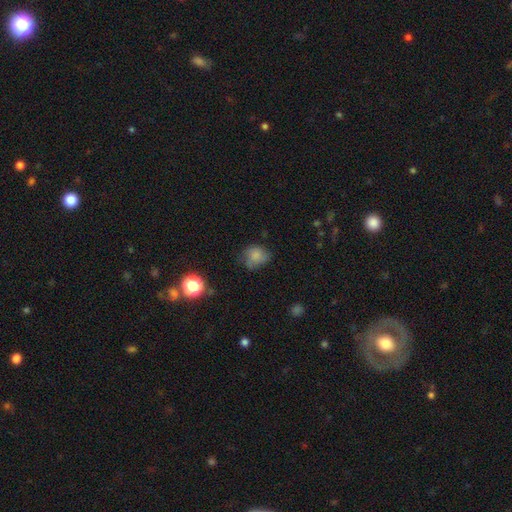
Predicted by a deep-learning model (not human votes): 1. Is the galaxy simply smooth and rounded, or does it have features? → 76% smooth, 12% star or artifact, 12% featured or disk.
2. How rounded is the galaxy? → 68% round, 31% in between, 1% cigar-shaped.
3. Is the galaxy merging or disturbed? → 55% none, 31% minor disturbance, 11% major disturbance, 2% merger.